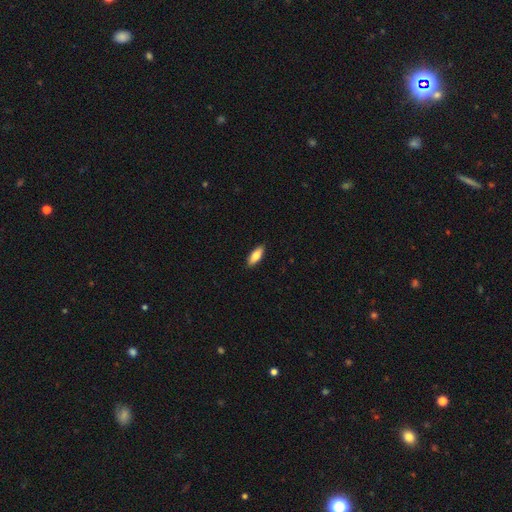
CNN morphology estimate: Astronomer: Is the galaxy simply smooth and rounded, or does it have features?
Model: smooth — 79%.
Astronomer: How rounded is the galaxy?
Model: in between — 72%.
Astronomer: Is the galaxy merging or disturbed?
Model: none — 89%.